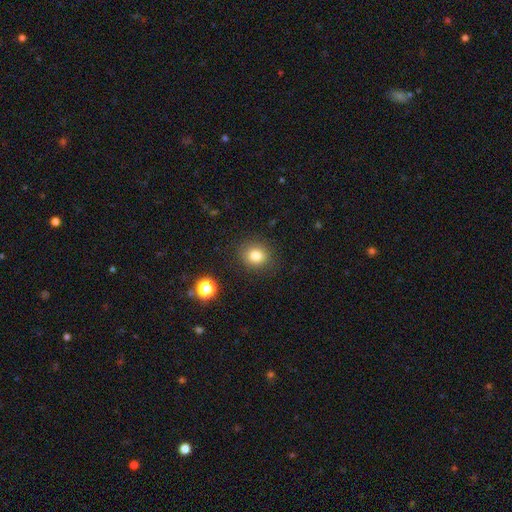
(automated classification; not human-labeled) The model was most divided on "how rounded": round: 73%, in between: 26%, cigar-shaped: 1%. More confident: merging — none (86%); smooth or featured — smooth (81%).